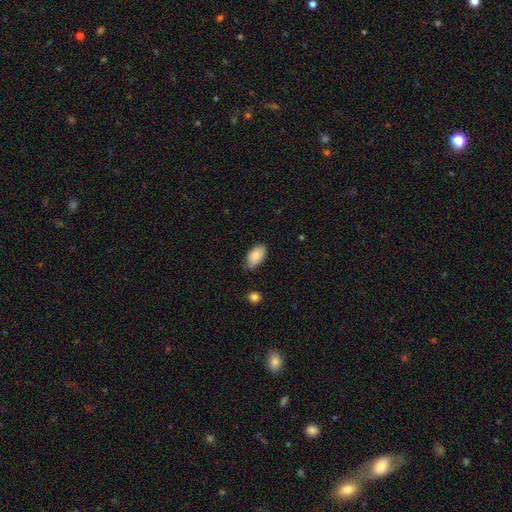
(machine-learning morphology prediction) The model was most divided on "merging": none: 69%, minor disturbance: 26%, major disturbance: 4%, merger: 2%. More confident: how rounded — in between (93%); smooth or featured — smooth (84%).